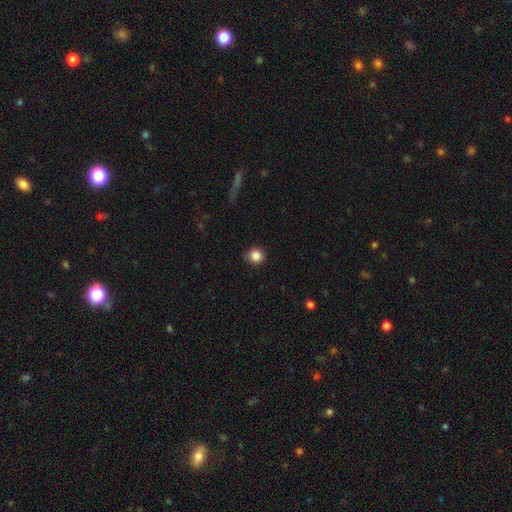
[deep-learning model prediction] This is clearly a smooth galaxy (85%). How rounded: clearly round (90%). Merging: clearly none (88%).